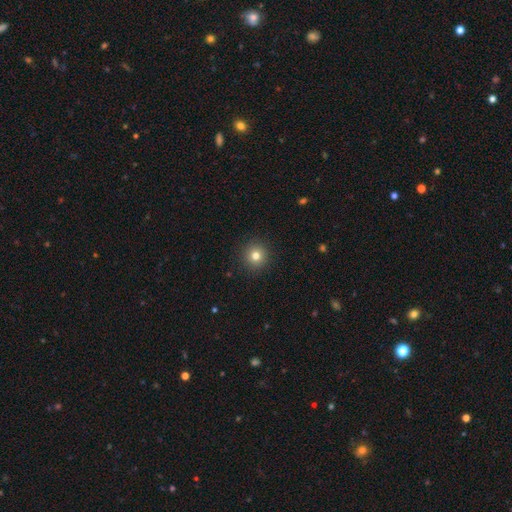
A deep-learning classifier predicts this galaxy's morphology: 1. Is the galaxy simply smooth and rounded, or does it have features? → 79% smooth, 13% star or artifact, 7% featured or disk.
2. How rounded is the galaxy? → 94% round, 5% in between, 1% cigar-shaped.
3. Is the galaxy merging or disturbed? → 92% none, 5% minor disturbance, 2% major disturbance, 1% merger.